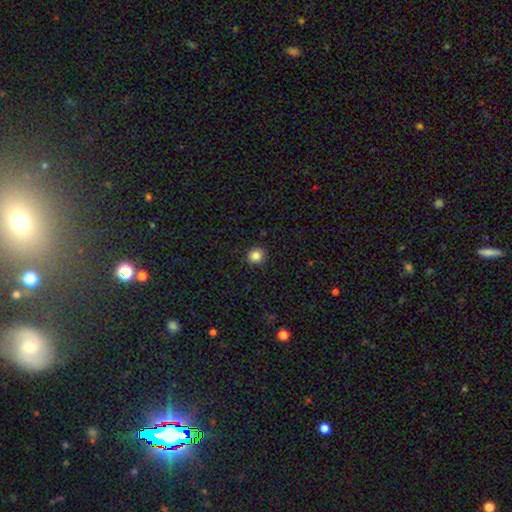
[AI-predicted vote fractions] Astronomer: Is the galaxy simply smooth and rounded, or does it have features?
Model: smooth — 84%.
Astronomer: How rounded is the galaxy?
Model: round — 91%.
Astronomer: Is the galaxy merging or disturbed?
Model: none — 92%.